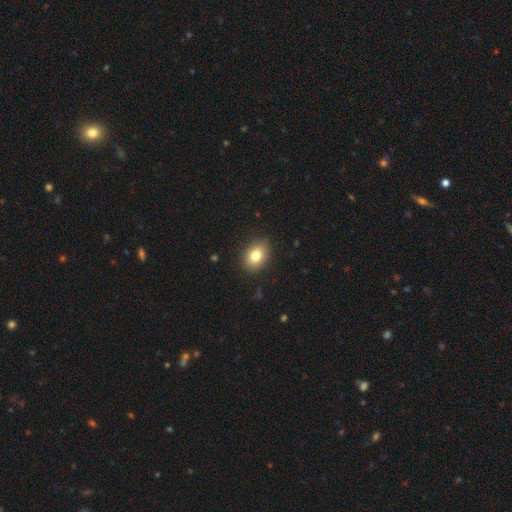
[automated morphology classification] Smooth or featured? Predicted: smooth (p=0.81). How rounded? Predicted: in between (p=0.64). Merging? Predicted: none (p=0.88).